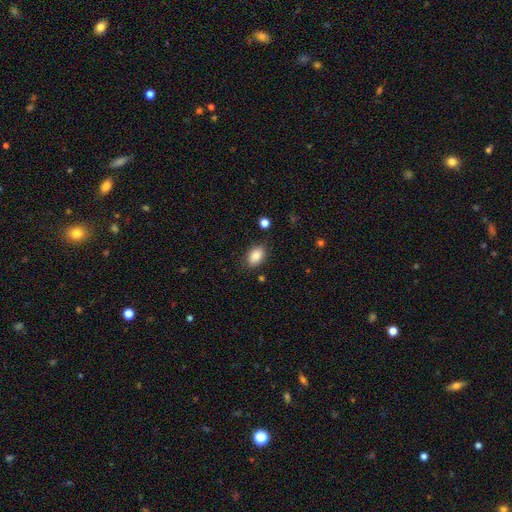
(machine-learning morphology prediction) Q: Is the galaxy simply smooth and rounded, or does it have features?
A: smooth — 85%.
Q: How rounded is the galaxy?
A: in between — 85%.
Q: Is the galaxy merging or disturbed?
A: none — 83%.